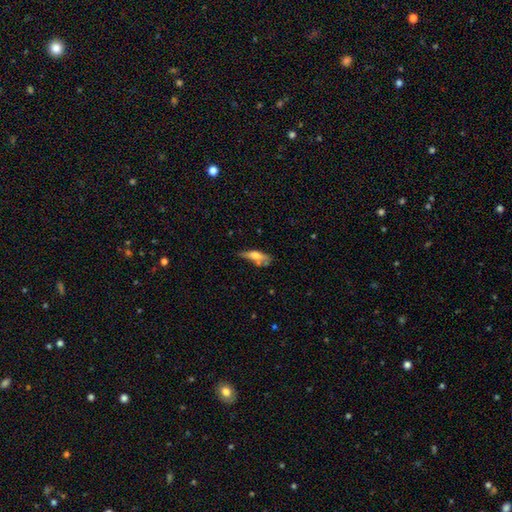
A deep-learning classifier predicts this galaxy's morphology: A smooth galaxy with no disk features (60%) that is cigar-shaped (55%).

Vote fractions:
- Smooth or featured? smooth: 60% / featured or disk: 33% / star or artifact: 7%
- How rounded? cigar-shaped: 55% / in between: 42% / round: 2%
- Merging? none: 46% / minor disturbance: 30% / merger: 12% / major disturbance: 12%